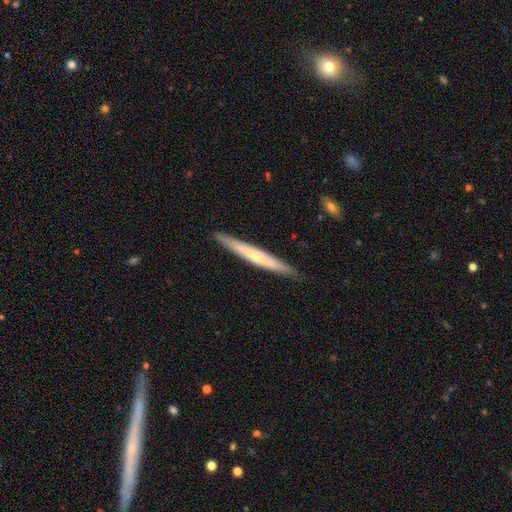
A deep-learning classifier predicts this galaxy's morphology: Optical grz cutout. It shows a featured or disk galaxy (57%) viewed edge-on (94%) with a rounded central bulge (57%). Merging: none (89%).